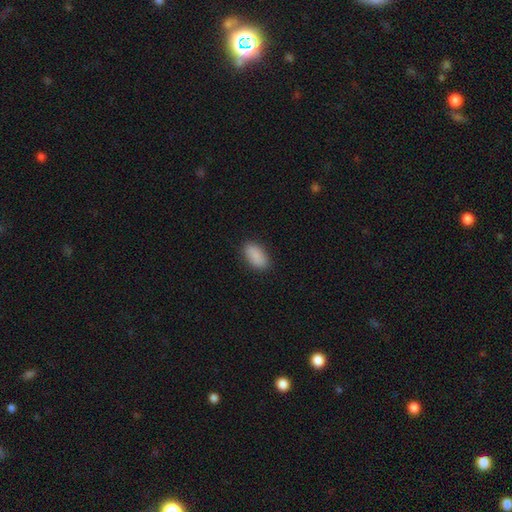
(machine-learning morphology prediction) The model was most divided on "merging": none: 86%, minor disturbance: 10%, major disturbance: 2%, merger: 1%. More confident: how rounded — in between (93%); smooth or featured — smooth (89%).